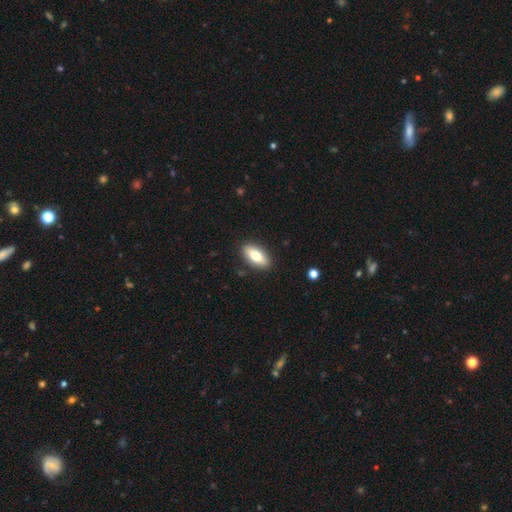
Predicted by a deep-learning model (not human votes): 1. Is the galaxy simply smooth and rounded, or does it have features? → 73% smooth, 21% featured or disk, 6% star or artifact.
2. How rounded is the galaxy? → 83% in between, 14% cigar-shaped, 3% round.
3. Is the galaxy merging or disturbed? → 89% none, 8% minor disturbance, 2% major disturbance, 1% merger.